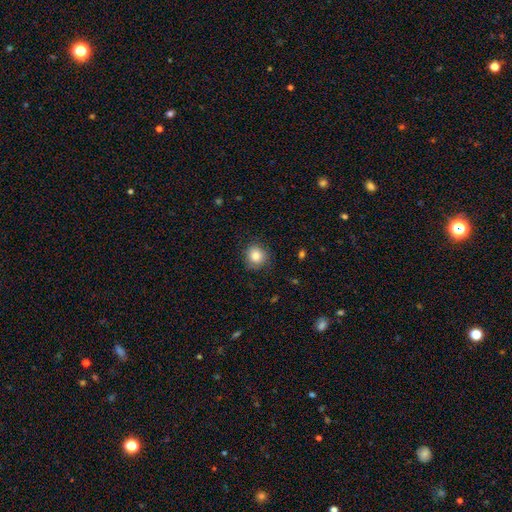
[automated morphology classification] This is clearly a smooth galaxy (83%). How rounded: clearly round (87%). Merging: likely none (80%).